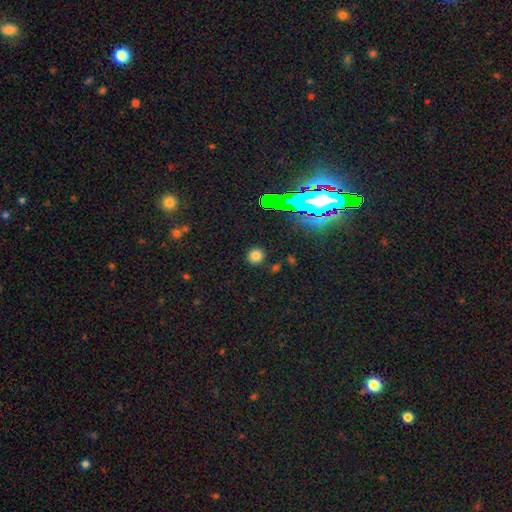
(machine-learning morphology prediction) The model was most divided on "smooth or featured": smooth: 76%, star or artifact: 19%, featured or disk: 6%. More confident: how rounded — round (92%); merging — none (88%).